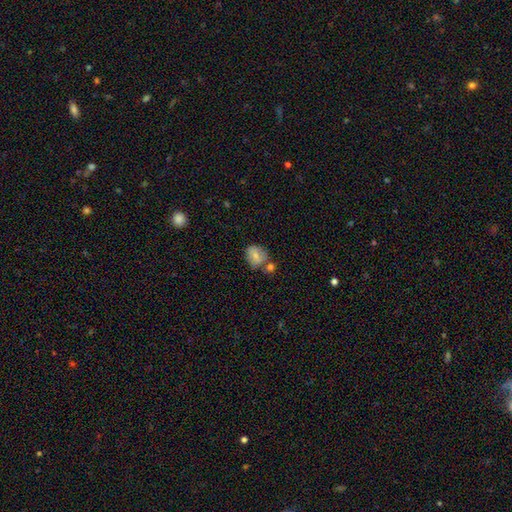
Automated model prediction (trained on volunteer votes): Smooth or featured: smooth — 72% (featured or disk — 19%)
How rounded: round — 63% (in between — 36%)
Merging: none — 53% (merger — 24%)